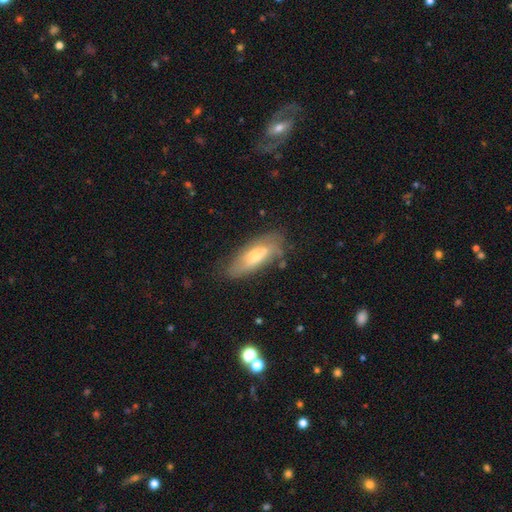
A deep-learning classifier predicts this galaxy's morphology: smooth 55%, featured or disk 37%, star or artifact 7%. Down the decision tree: how rounded — in between (68%); merging — none (59%).